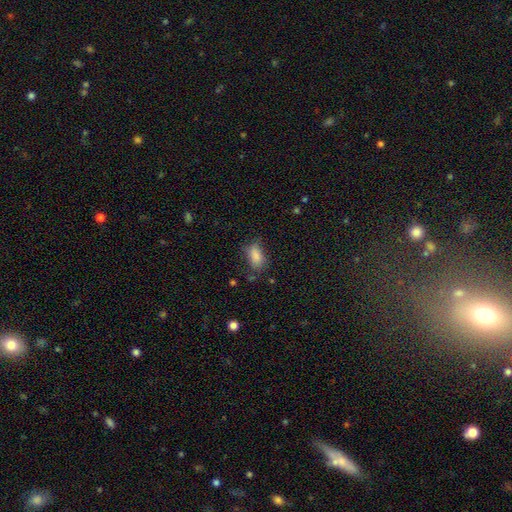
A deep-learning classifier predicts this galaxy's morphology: This is clearly a smooth galaxy (85%). How rounded: clearly in between (89%). Merging: likely none (65%).